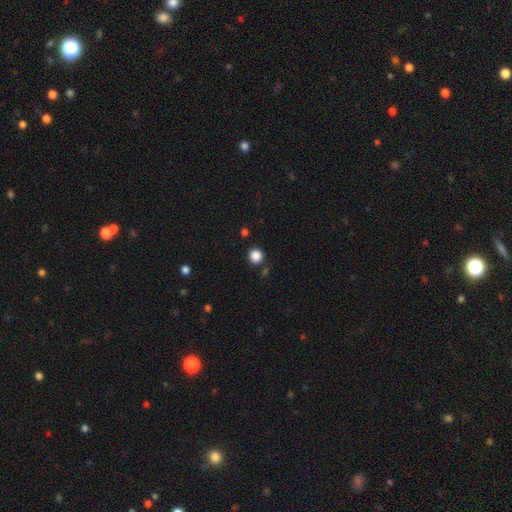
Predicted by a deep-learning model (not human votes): smooth-or-featured: smooth: 86% | star or artifact: 11% | featured or disk: 3%
  how-rounded: round: 91% | in between: 8% | cigar-shaped: 1%
  merging: none: 86% | minor disturbance: 7% | merger: 4% | major disturbance: 3%